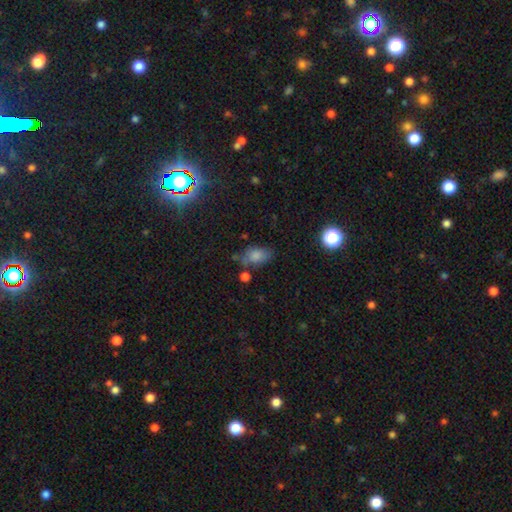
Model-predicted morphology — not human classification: smooth-or-featured: smooth: 77% | star or artifact: 13% | featured or disk: 10%
  how-rounded: in between: 87% | round: 11% | cigar-shaped: 2%
  merging: none: 57% | minor disturbance: 24% | merger: 10% | major disturbance: 8%